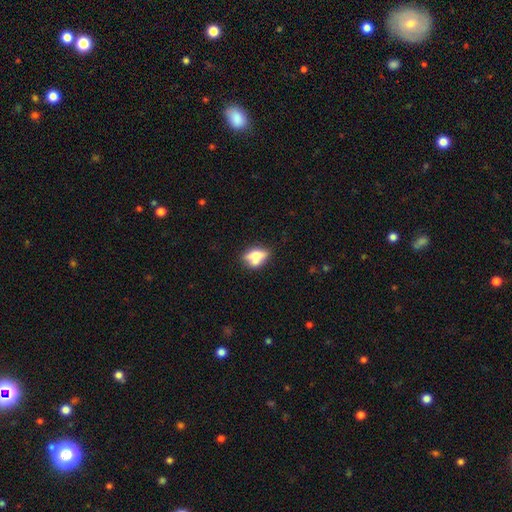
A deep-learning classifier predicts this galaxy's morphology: type=smooth (52%); roundness=in between (67%); merging=none (51%).